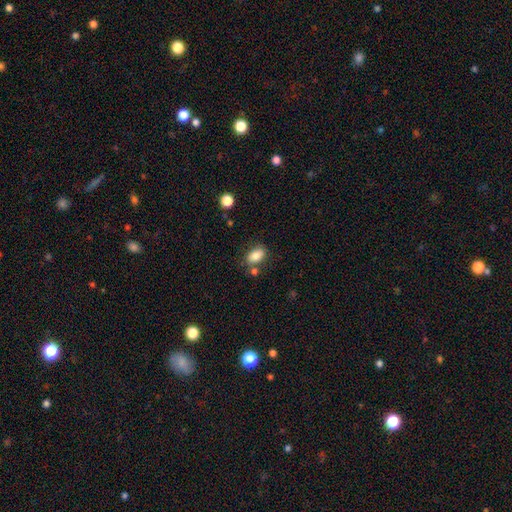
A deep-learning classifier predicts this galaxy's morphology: Q: Smooth or featured?
A: smooth (85%); runner-up: star or artifact (8%)
Q: How rounded?
A: in between (88%); runner-up: round (10%)
Q: Merging?
A: none (70%); runner-up: minor disturbance (14%)